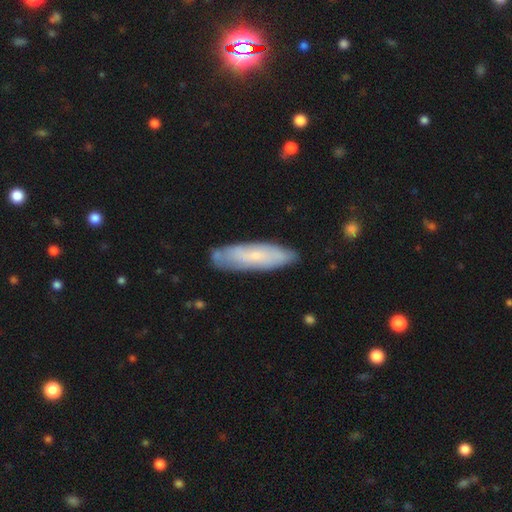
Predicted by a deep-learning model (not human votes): Smooth or featured: smooth — 51% (featured or disk — 41%)
How rounded: cigar-shaped — 58% (in between — 40%)
Merging: none — 80% (minor disturbance — 15%)